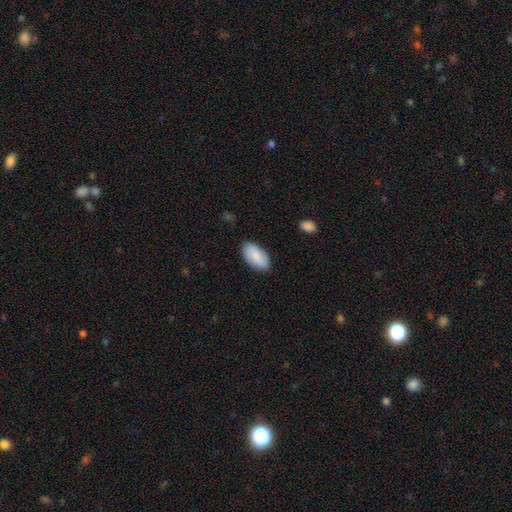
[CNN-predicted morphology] A smooth galaxy with no disk features (82%) that is in between round and cigar-shaped (95%).

Vote fractions:
- Smooth or featured? smooth: 82% / featured or disk: 12% / star or artifact: 6%
- How rounded? in between: 95% / cigar-shaped: 3% / round: 3%
- Merging? none: 86% / minor disturbance: 11% / major disturbance: 2% / merger: 1%